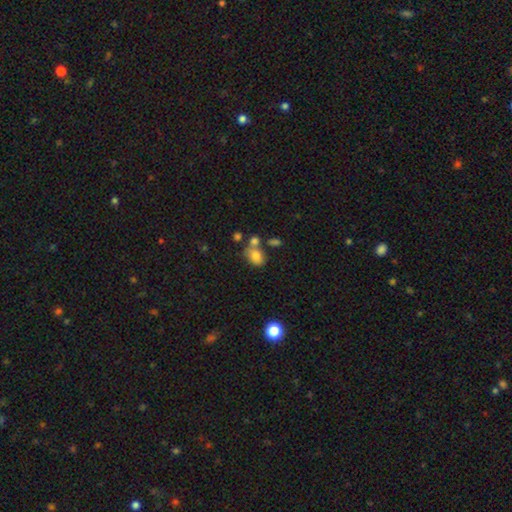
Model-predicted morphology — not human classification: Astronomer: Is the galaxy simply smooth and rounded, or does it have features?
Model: smooth — 78%.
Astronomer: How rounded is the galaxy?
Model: in between — 70%.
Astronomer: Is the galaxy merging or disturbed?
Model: none — 48% (runner-up: merger, 30%).